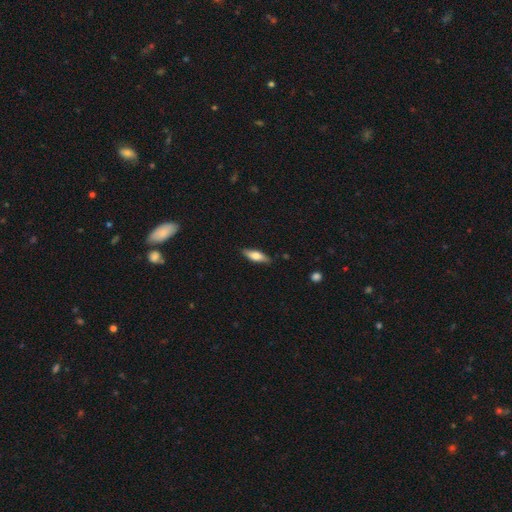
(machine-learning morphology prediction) A smooth galaxy with no disk features (66%) that is in between round and cigar-shaped (59%).

Vote fractions:
- Smooth or featured? smooth: 66% / featured or disk: 28% / star or artifact: 6%
- How rounded? in between: 59% / cigar-shaped: 39% / round: 2%
- Merging? none: 84% / minor disturbance: 12% / major disturbance: 2% / merger: 1%